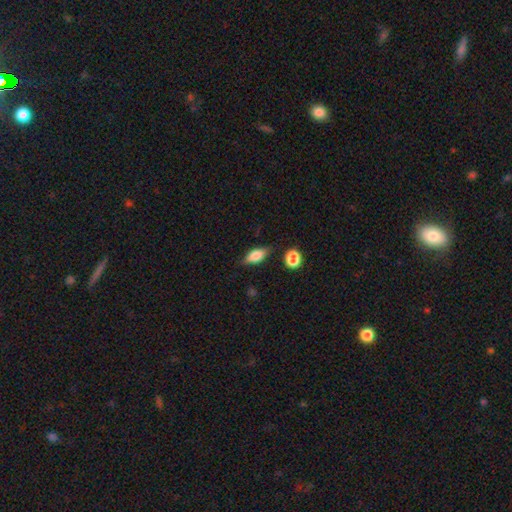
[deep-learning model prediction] This is likely a smooth galaxy (70%). How rounded: clearly in between (80%). Merging: likely none (75%).